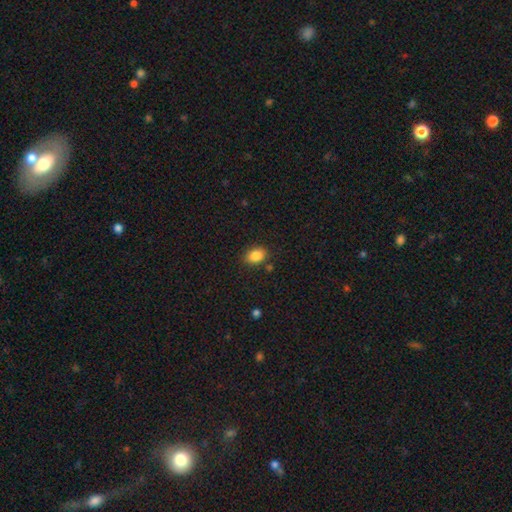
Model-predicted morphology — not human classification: Overall: smooth (86%). How rounded: in between (76%). Merging: none (83%).